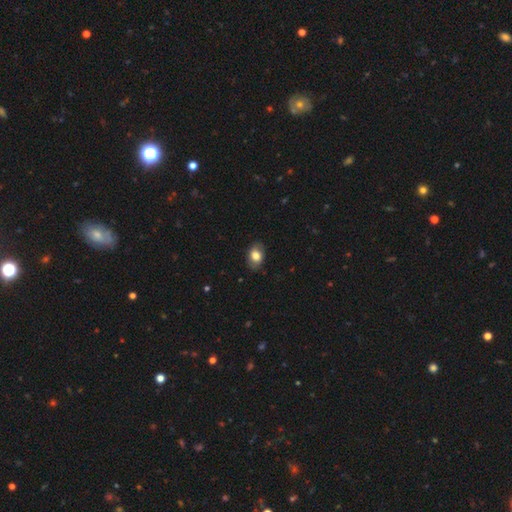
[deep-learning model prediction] Smooth or featured? Predicted: smooth (p=0.77). How rounded? Predicted: in between (p=0.84). Merging? Predicted: none (p=0.83).